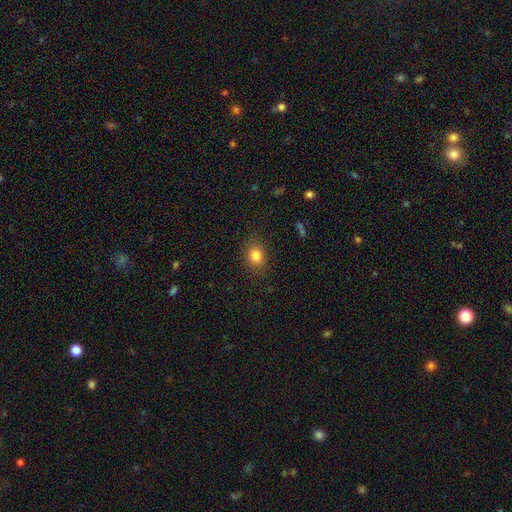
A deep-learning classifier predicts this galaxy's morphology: smooth 83%, star or artifact 11%, featured or disk 6%. Down the decision tree: how rounded — in between (50%); merging — none (84%).